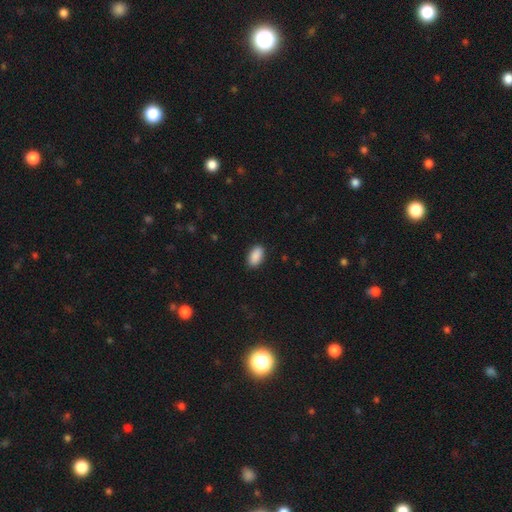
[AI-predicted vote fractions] smooth-or-featured: smooth: 90% | star or artifact: 7% | featured or disk: 3%
  how-rounded: in between: 94% | round: 4% | cigar-shaped: 2%
  merging: none: 89% | minor disturbance: 8% | major disturbance: 2% | merger: 1%